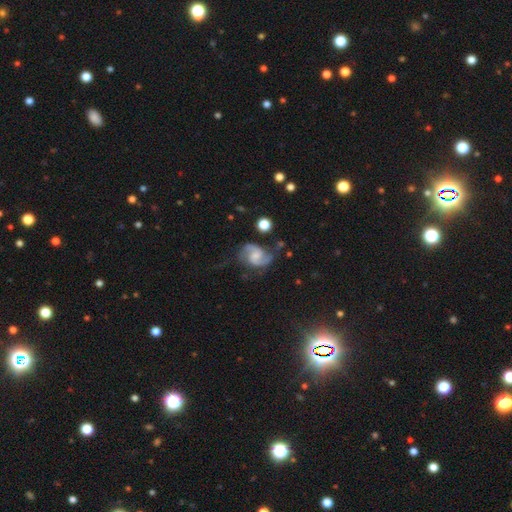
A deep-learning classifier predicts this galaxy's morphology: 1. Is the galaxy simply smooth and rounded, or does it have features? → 87% featured or disk, 8% smooth, 6% star or artifact.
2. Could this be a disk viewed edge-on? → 98% no, 2% yes.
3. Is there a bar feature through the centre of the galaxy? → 48% no, 43% weak, 9% strong.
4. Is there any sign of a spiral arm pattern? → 97% yes, 3% no.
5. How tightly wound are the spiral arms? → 55% medium, 27% loose, 18% tight.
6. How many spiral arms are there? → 92% 2, 3% can't tell, 2% 3, 2% 1, 1% 4, 1% more than 4.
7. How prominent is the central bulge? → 42% small, 32% moderate, 21% none, 4% large, 1% dominant.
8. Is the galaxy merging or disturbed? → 67% none, 20% minor disturbance, 9% major disturbance, 4% merger.